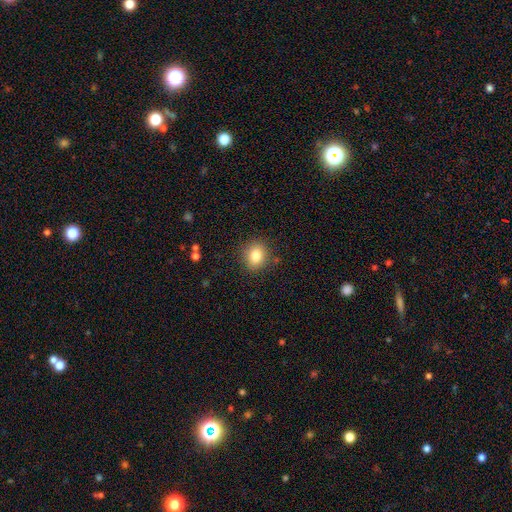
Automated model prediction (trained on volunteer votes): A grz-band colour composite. It shows a smooth galaxy with no disk features (82%) that is round (67%). Merging: none (86%).